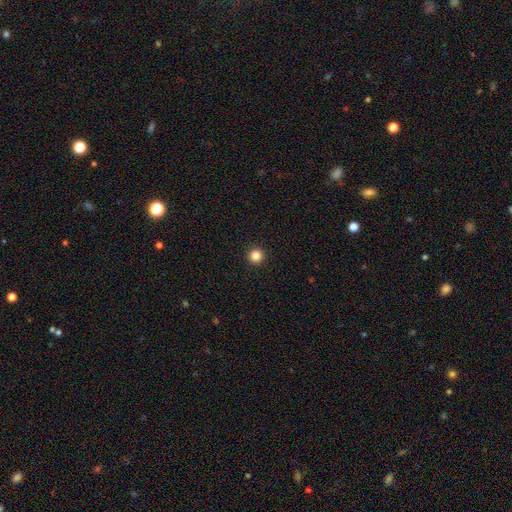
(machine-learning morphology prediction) smooth-or-featured: smooth: 85% | star or artifact: 12% | featured or disk: 3%
  how-rounded: round: 96% | in between: 3% | cigar-shaped: 1%
  merging: none: 94% | minor disturbance: 4% | major disturbance: 1% | merger: 1%